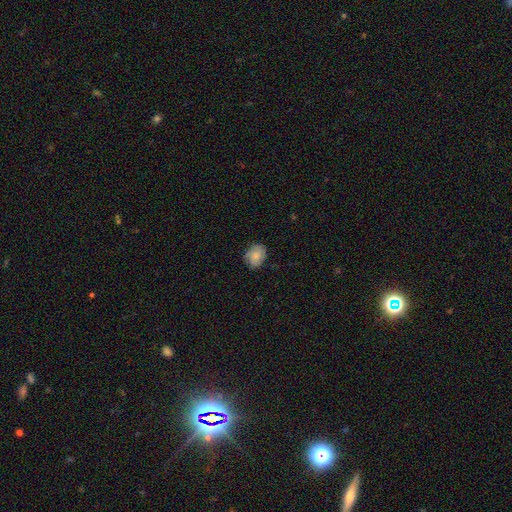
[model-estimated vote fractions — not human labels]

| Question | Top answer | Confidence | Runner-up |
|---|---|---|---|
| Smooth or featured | smooth | 77% | featured or disk (16%) |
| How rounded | in between | 54% | round (45%) |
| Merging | none | 73% | minor disturbance (21%) |